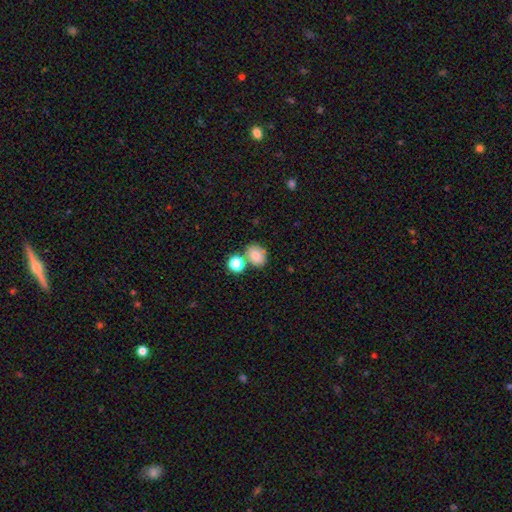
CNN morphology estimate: A smooth galaxy with no disk features (77%) that is round (55%).

Vote fractions:
- Smooth or featured? smooth: 77% / star or artifact: 12% / featured or disk: 10%
- How rounded? round: 55% / in between: 44% / cigar-shaped: 1%
- Merging? none: 61% / merger: 22% / minor disturbance: 13% / major disturbance: 4%